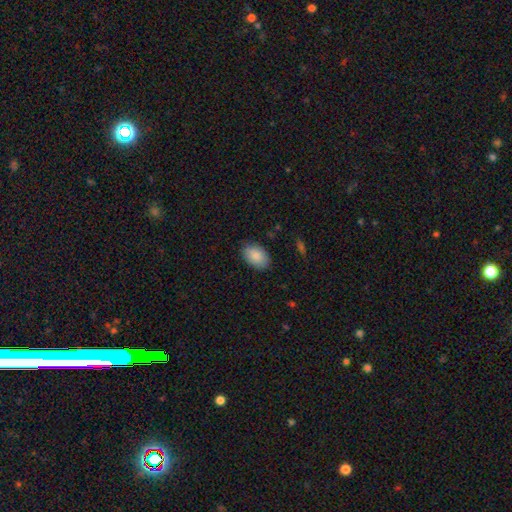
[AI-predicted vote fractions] Smooth or featured?
  - smooth: 89% *
  - star or artifact: 6%
  - featured or disk: 5%
How rounded?
  - in between: 89% *
  - round: 10%
  - cigar-shaped: 1%
Merging?
  - none: 85% *
  - minor disturbance: 11%
  - major disturbance: 2%
  - merger: 1%